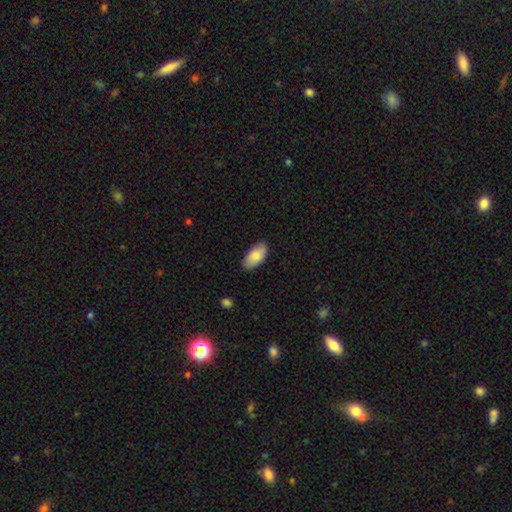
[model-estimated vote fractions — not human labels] This appears to be a smooth galaxy with no disk features (84%) that is in between round and cigar-shaped (94%). Merging: none (85%).